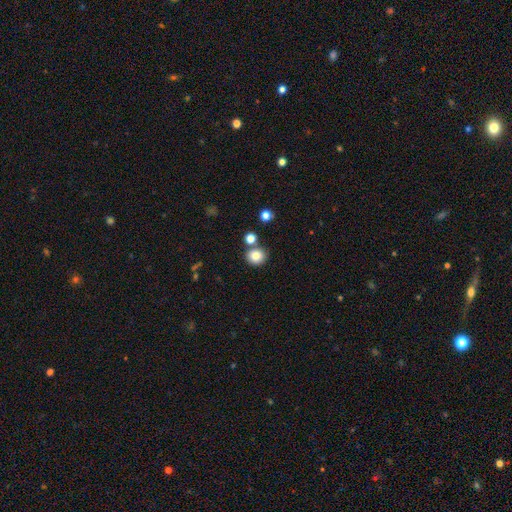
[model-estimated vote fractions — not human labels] The model was most divided on "merging": none: 77%, merger: 13%, minor disturbance: 8%, major disturbance: 3%. More confident: how rounded — round (86%); smooth or featured — smooth (82%).